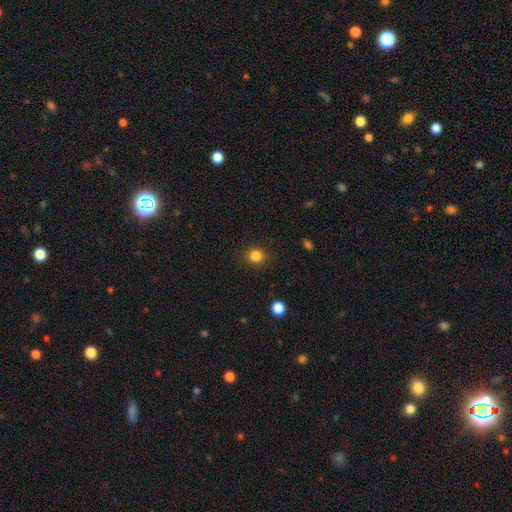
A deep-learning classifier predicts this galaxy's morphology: A smooth galaxy with no disk features (83%) that is round (88%).

Vote fractions:
- Smooth or featured? smooth: 83% / star or artifact: 12% / featured or disk: 4%
- How rounded? round: 88% / in between: 11% / cigar-shaped: 1%
- Merging? none: 89% / minor disturbance: 7% / major disturbance: 2% / merger: 1%